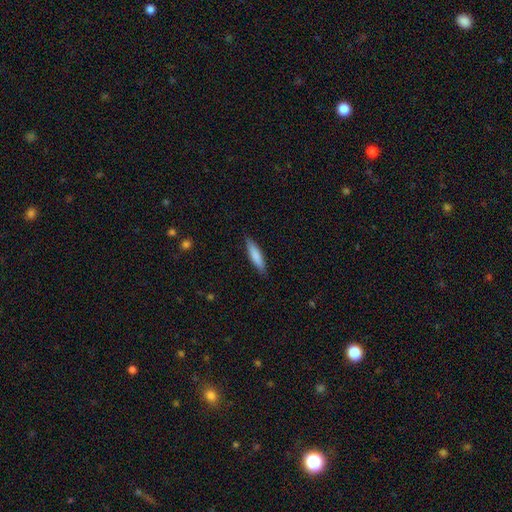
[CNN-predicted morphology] Smooth or featured: smooth — 80% (featured or disk — 14%)
How rounded: cigar-shaped — 80% (in between — 19%)
Merging: none — 87% (minor disturbance — 10%)